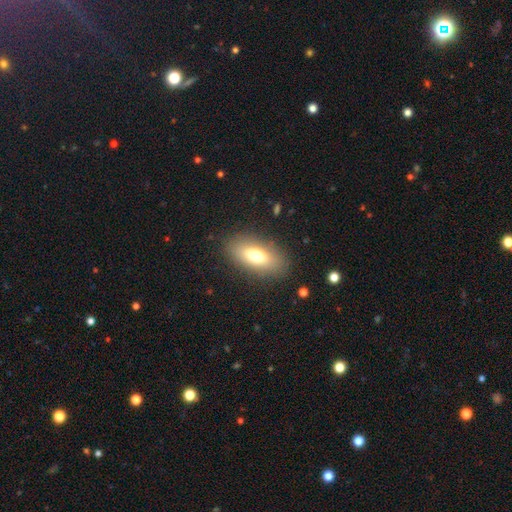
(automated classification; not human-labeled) Overall: smooth (73%). How rounded: in between (85%). Merging: none (85%).